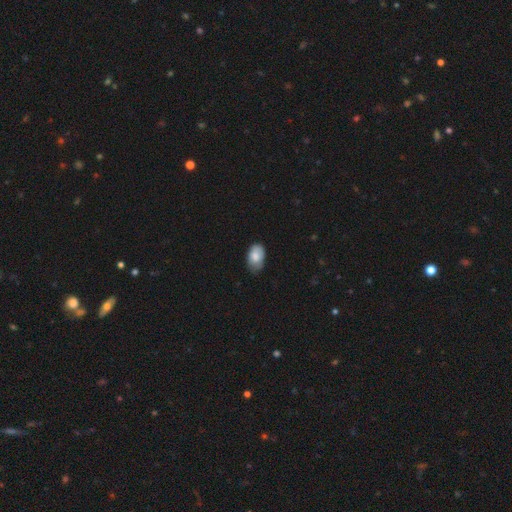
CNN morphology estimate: This is clearly a smooth galaxy (81%). How rounded: clearly in between (89%). Merging: likely none (62%).